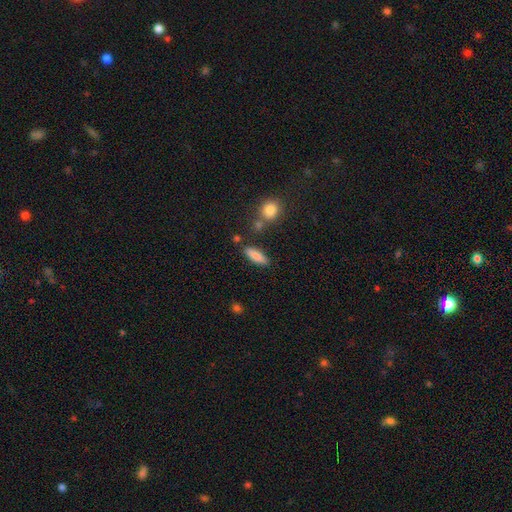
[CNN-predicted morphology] type=smooth (81%); roundness=in between (60%); merging=none (79%).